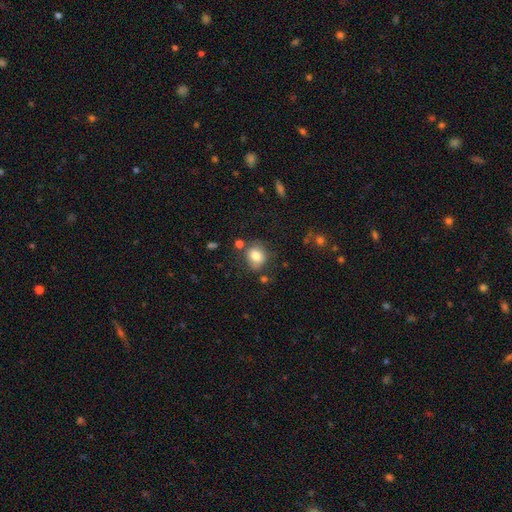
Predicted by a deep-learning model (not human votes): Smooth or featured: smooth — 79% (featured or disk — 11%)
How rounded: round — 70% (in between — 29%)
Merging: none — 73% (minor disturbance — 15%)